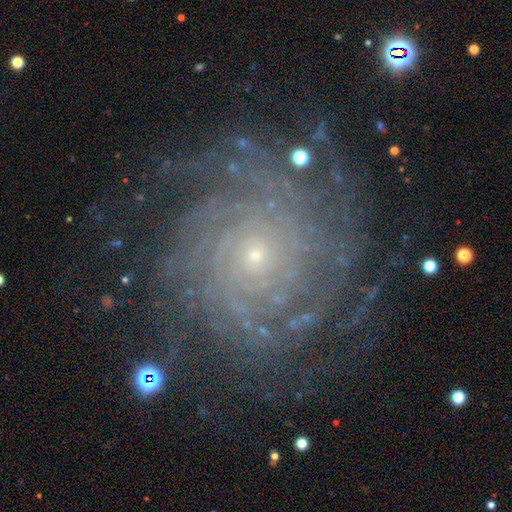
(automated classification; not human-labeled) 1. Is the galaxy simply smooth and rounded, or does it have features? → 86% featured or disk, 8% star or artifact, 6% smooth.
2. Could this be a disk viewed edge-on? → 98% no, 2% yes.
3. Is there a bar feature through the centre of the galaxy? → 84% no, 12% weak, 4% strong.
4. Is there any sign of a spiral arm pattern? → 97% yes, 3% no.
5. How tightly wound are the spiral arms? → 79% tight, 17% medium, 4% loose.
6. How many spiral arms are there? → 28% more than 4, 26% can't tell, 17% 4, 11% 3, 10% 2, 8% 1.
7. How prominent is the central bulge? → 86% small, 10% moderate, 2% none, 1% large, 1% dominant.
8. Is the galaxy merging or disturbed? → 79% none, 13% minor disturbance, 7% major disturbance, 2% merger.